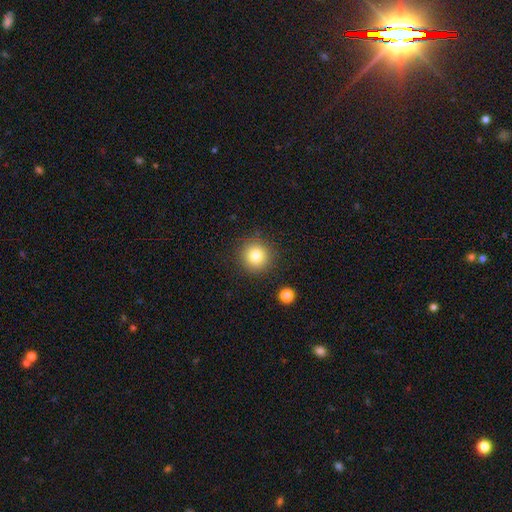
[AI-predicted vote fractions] Overall: smooth (81%). How rounded: round (94%). Merging: none (89%).